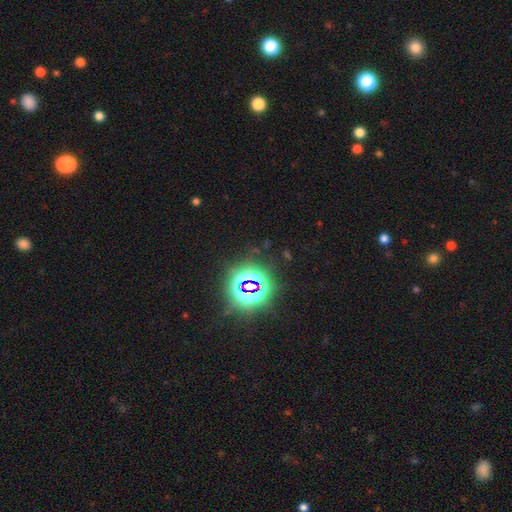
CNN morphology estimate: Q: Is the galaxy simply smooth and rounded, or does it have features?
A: star or artifact — 82%.